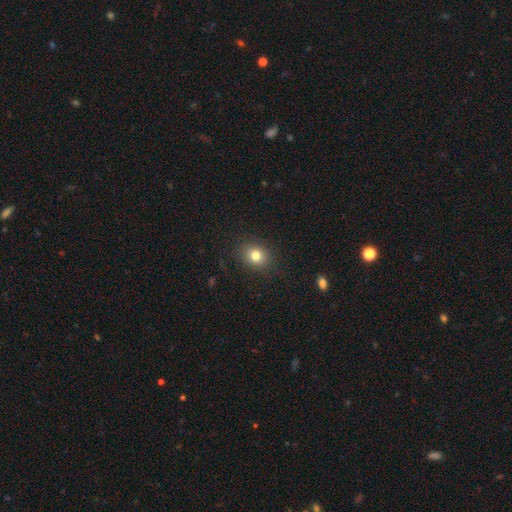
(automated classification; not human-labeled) A smooth galaxy with no disk features (80%) that is round (63%). Merging: none (88%).